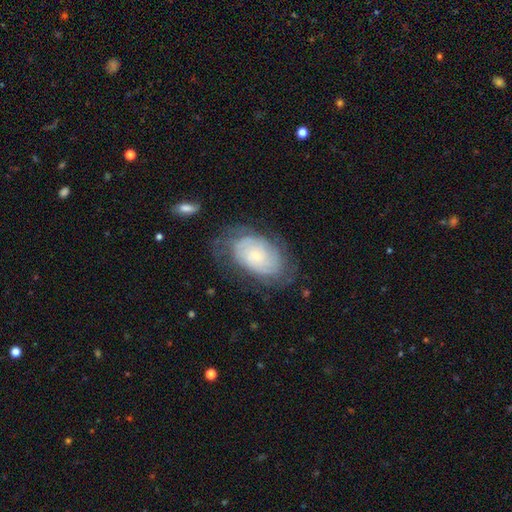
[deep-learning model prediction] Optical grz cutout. It shows a featured or disk galaxy (69%) with no bar (81%), tight (70%) spiral arms (87%) and a small central bulge (79%). Merging: none (65%).